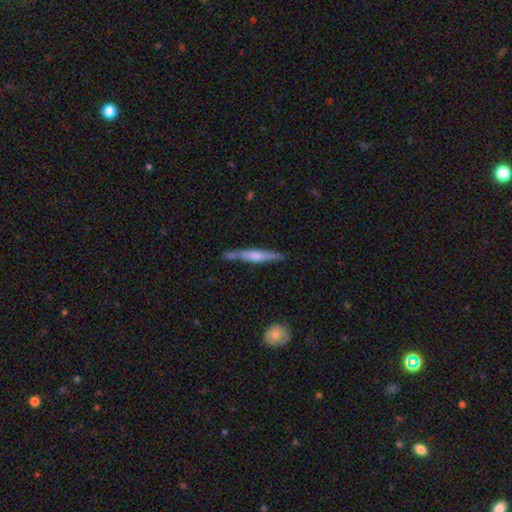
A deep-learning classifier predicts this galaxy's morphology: This is possibly a featured or disk galaxy (54%). It is clearly viewed edge-on (94%). Edge-on bulge: likely rounded (61%). Merging: likely none (79%).